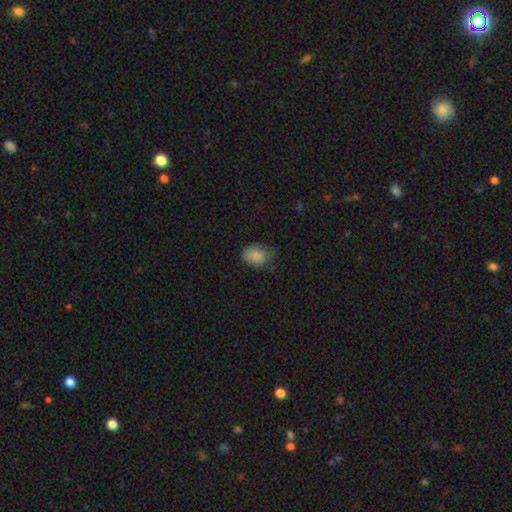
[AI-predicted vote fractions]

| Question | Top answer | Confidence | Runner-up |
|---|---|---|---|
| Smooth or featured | smooth | 84% | star or artifact (9%) |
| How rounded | in between | 70% | round (29%) |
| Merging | none | 51% | minor disturbance (36%) |